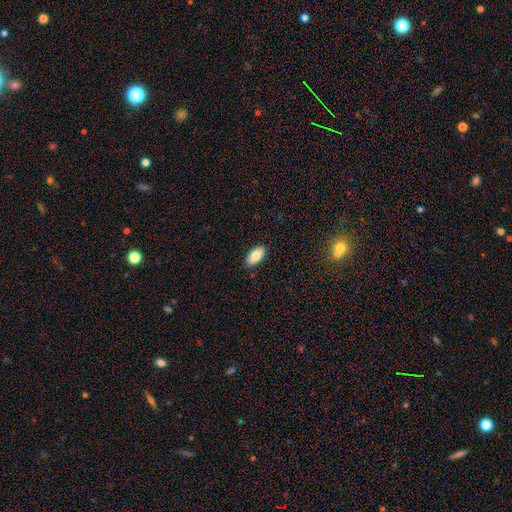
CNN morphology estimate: smooth-or-featured: smooth: 83% | featured or disk: 9% | star or artifact: 7%
  how-rounded: in between: 94% | cigar-shaped: 4% | round: 3%
  merging: none: 87% | minor disturbance: 10% | major disturbance: 2% | merger: 1%